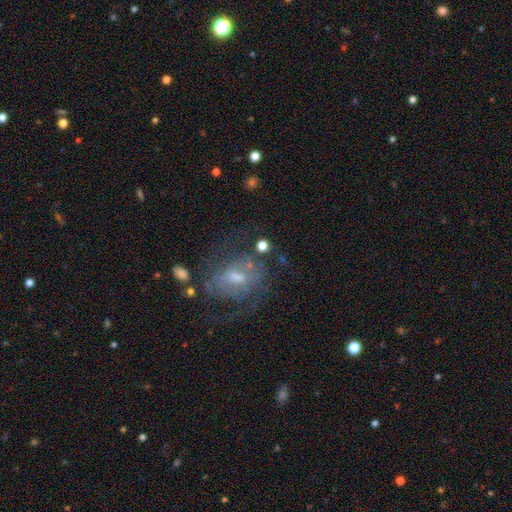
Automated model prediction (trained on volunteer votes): A featured or disk galaxy (64%) with no bar (49%), tight (49%) spiral arms (82%) and a small central bulge (49%).

Vote fractions:
- Smooth or featured? featured or disk: 64% / star or artifact: 19% / smooth: 16%
- Edge-on disk? no: 96% / yes: 4%
- Bar? no: 49% / weak: 38% / strong: 13%
- Spiral arms? yes: 82% / no: 18%
- Spiral winding? tight: 49% / medium: 38% / loose: 14%
- Spiral arm count? can't tell: 39% / 2: 38% / 3: 9% / 1: 5% / 4: 5% / more than 4: 4%
- Bulge size? small: 49% / moderate: 43% / large: 4% / none: 3% / dominant: 1%
- Merging? none: 66% / minor disturbance: 16% / major disturbance: 12% / merger: 6%